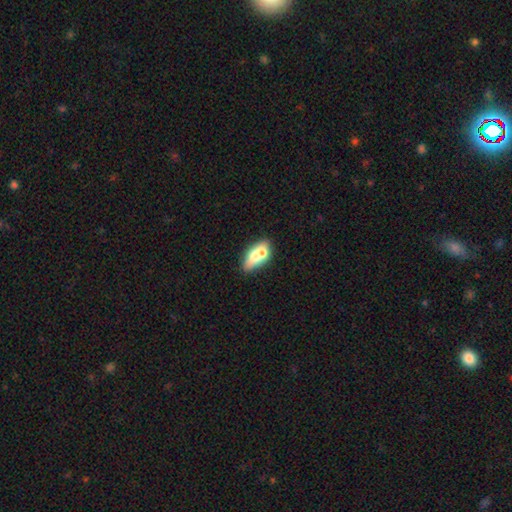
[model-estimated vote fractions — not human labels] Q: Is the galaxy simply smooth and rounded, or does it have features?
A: smooth — 61%.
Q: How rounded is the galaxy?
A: in between — 79%.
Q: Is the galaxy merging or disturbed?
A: merger — 45%.